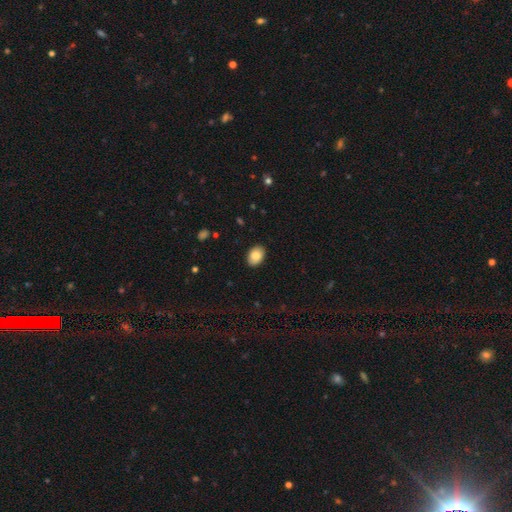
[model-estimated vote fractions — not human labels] Overall: smooth (85%). How rounded: in between (84%). Merging: none (89%).